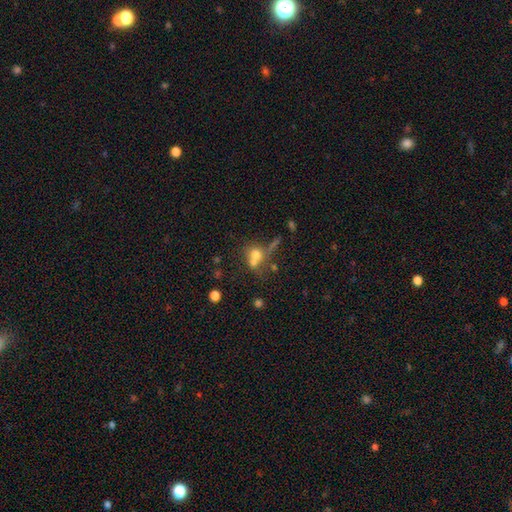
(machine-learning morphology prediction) A smooth galaxy with no disk features (65%) that is round (75%).

Vote fractions:
- Smooth or featured? smooth: 65% / featured or disk: 19% / star or artifact: 15%
- How rounded? round: 75% / in between: 23% / cigar-shaped: 2%
- Merging? merger: 50% / none: 33% / minor disturbance: 9% / major disturbance: 8%